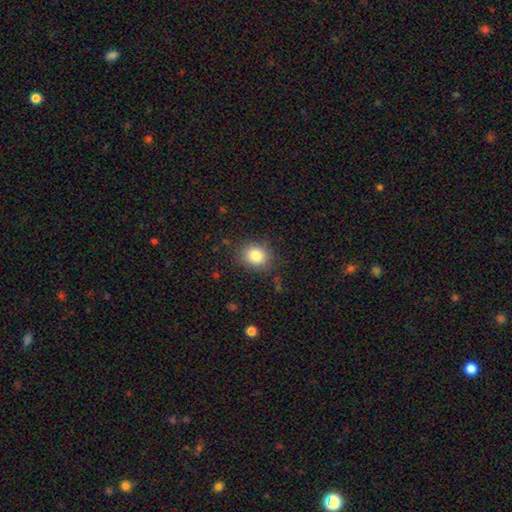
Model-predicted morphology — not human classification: type=smooth (83%); roundness=round (68%); merging=none (83%).